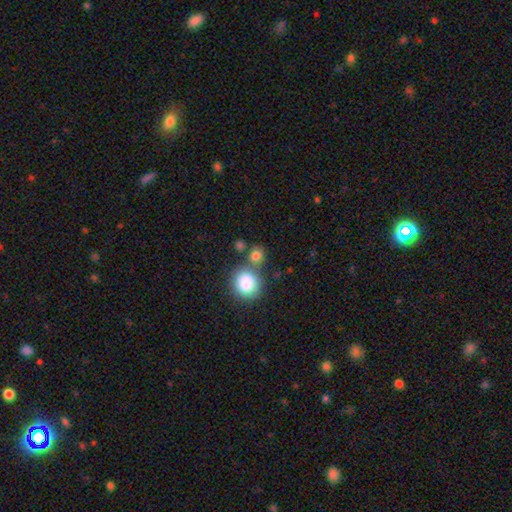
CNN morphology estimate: A smooth galaxy with no disk features (82%) that is round (79%).

Vote fractions:
- Smooth or featured? smooth: 82% / star or artifact: 10% / featured or disk: 7%
- How rounded? round: 79% / in between: 19% / cigar-shaped: 1%
- Merging? none: 58% / merger: 27% / minor disturbance: 11% / major disturbance: 4%